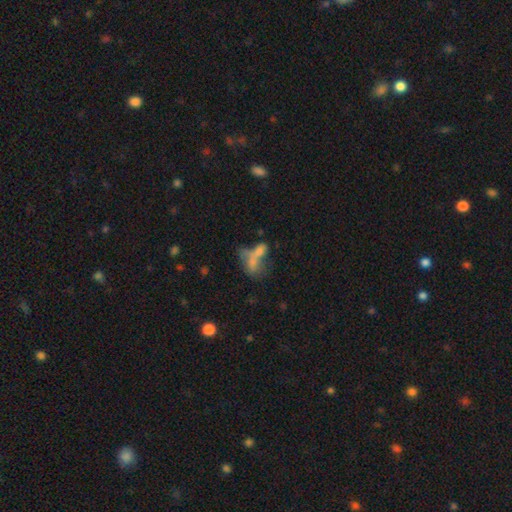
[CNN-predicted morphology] smooth 59%, featured or disk 26%, star or artifact 16%. Down the decision tree: how rounded — in between (74%); merging — merger (54%).